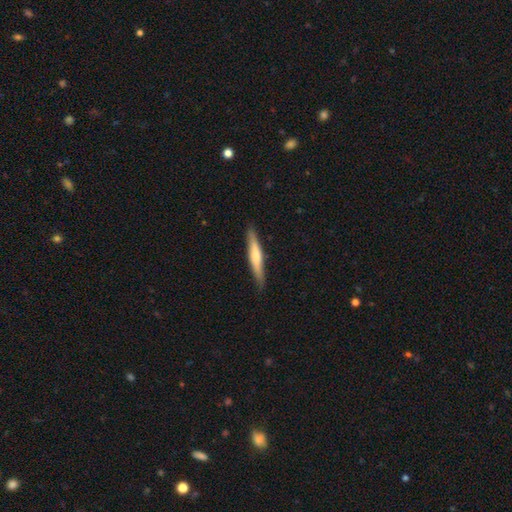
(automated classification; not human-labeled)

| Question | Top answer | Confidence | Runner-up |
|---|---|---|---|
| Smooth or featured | smooth | 59% | featured or disk (36%) |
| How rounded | cigar-shaped | 92% | in between (7%) |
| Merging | none | 88% | minor disturbance (9%) |